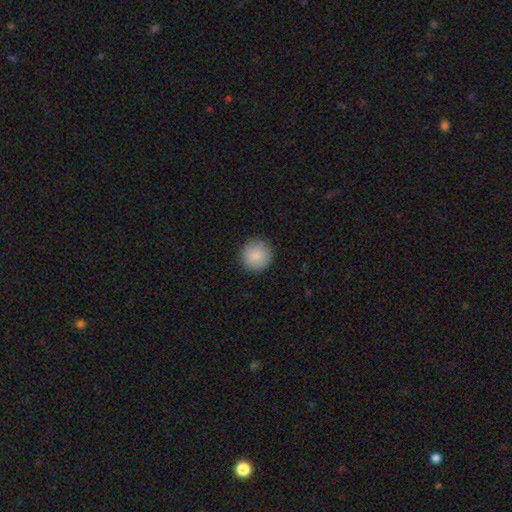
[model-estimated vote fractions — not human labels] A smooth galaxy with no disk features (88%) that is round (95%). Merging: none (91%).